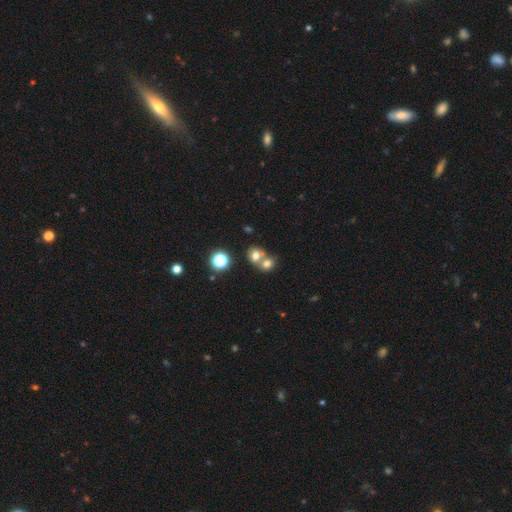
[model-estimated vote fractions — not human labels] Smooth or featured? smooth (70%)
How rounded? round (72%)
Merging? merger (57%)